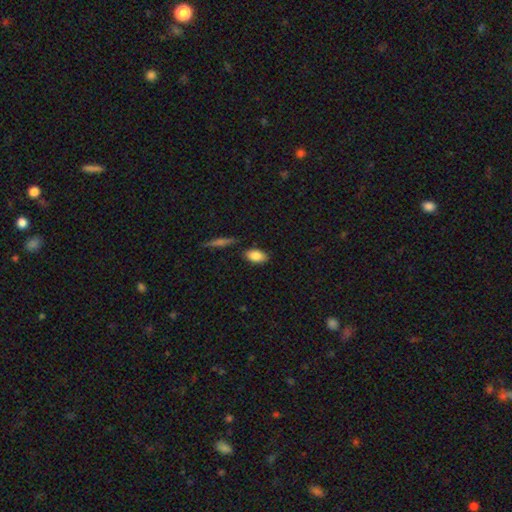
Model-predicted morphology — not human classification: This appears to be a smooth galaxy with no disk features (84%) that is in between round and cigar-shaped (91%). Merging: none (82%).